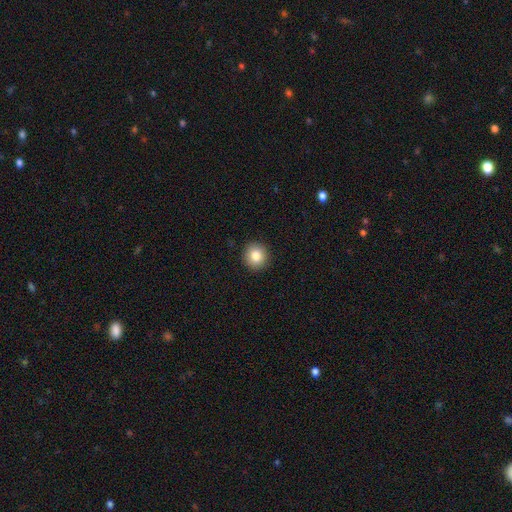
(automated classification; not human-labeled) Morphology: type=smooth (83%); roundness=round (93%); merging=none (93%).